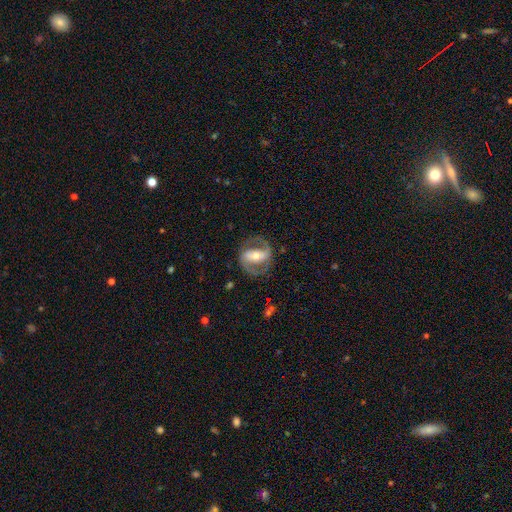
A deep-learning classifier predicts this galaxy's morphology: Smooth or featured? Predicted: featured or disk (p=0.84). Edge-on disk? Predicted: no (p=0.96). Bar? Predicted: strong (p=0.58). Spiral arms? Predicted: yes (p=0.88). Spiral winding? Predicted: medium (p=0.54). Spiral arm count? Predicted: 2 (p=0.90). Bulge size? Predicted: moderate (p=0.55). Merging? Predicted: none (p=0.80).